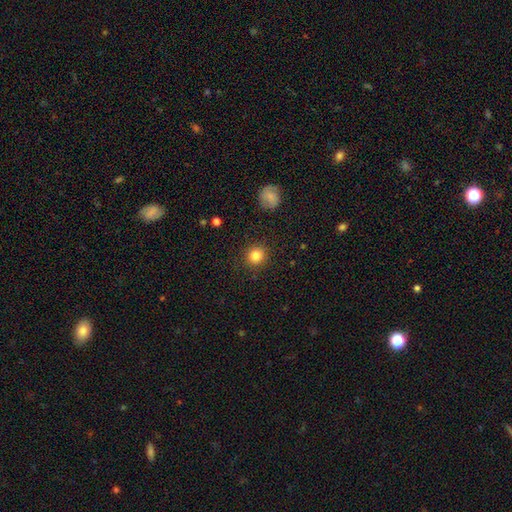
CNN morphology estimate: Q: Smooth or featured?
A: smooth (84%); runner-up: star or artifact (11%)
Q: How rounded?
A: round (89%); runner-up: in between (10%)
Q: Merging?
A: none (89%); runner-up: minor disturbance (7%)